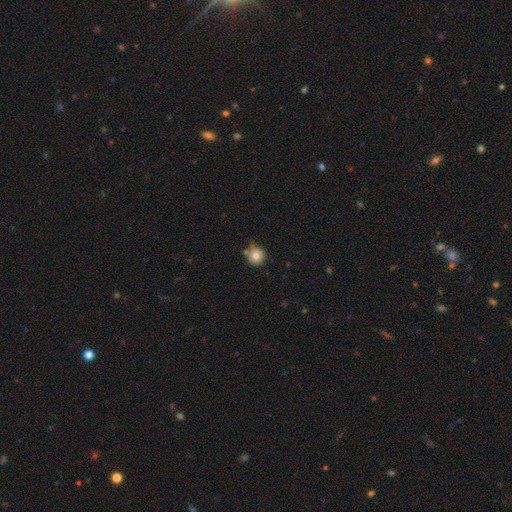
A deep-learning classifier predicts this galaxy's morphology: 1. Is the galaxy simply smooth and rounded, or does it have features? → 77% smooth, 13% featured or disk, 11% star or artifact.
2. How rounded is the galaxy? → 92% round, 7% in between, 1% cigar-shaped.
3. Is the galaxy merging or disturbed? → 68% none, 19% minor disturbance, 9% merger, 4% major disturbance.